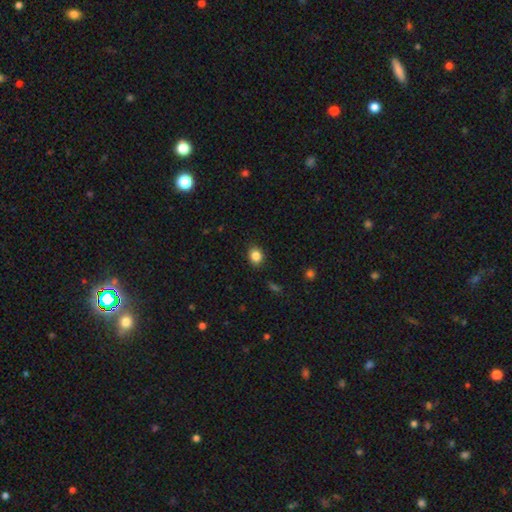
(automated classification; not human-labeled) smooth_or_featured: smooth (p=0.85) [alt: star or artifact p=0.10]
how_rounded: round (p=0.55) [alt: in between p=0.44]
merging: none (p=0.88) [alt: minor disturbance p=0.09]